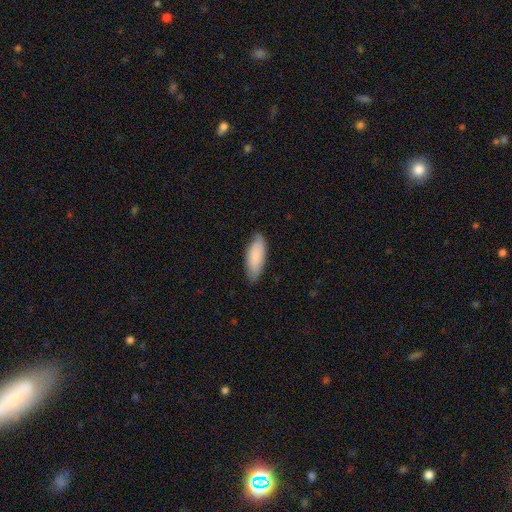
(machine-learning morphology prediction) Smooth or featured? Predicted: smooth (p=0.84). How rounded? Predicted: in between (p=0.73). Merging? Predicted: none (p=0.81).